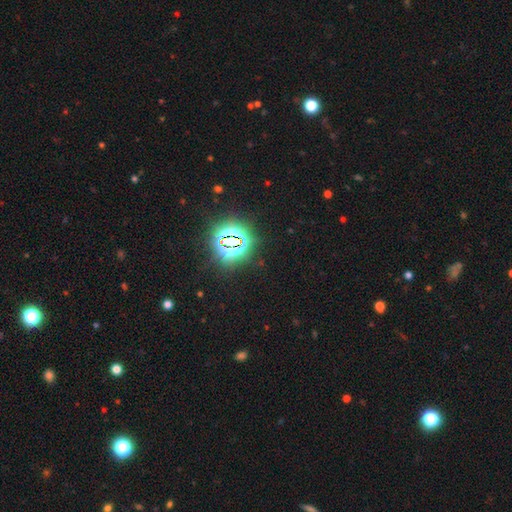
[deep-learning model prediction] A star or artifact, not a galaxy (79%).

Vote fractions:
- Smooth or featured? star or artifact: 79% / smooth: 14% / featured or disk: 7%